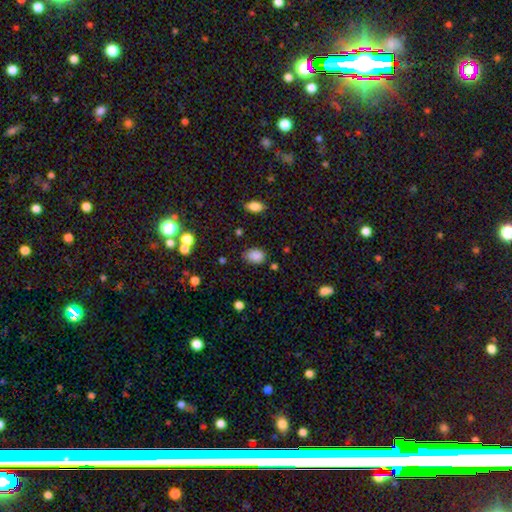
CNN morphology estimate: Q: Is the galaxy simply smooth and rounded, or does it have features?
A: smooth — 85%.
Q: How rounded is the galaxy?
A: in between — 78%.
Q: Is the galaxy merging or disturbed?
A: none — 70%.